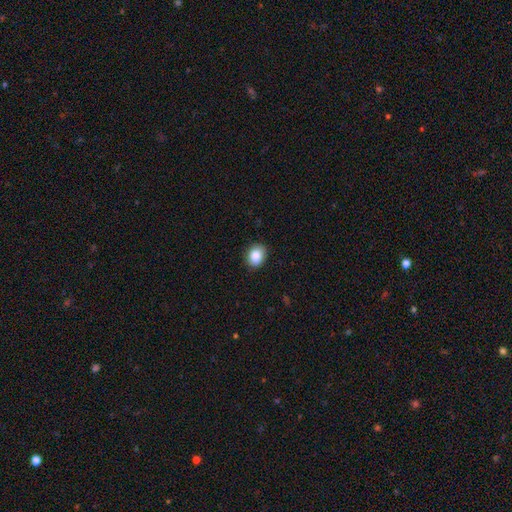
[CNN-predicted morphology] type=smooth (87%); roundness=in between (50%); merging=none (86%).